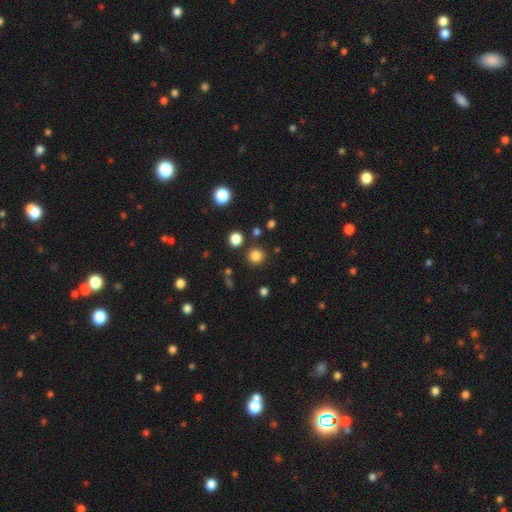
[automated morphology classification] Smooth or featured? smooth (82%)
How rounded? round (93%)
Merging? none (87%)